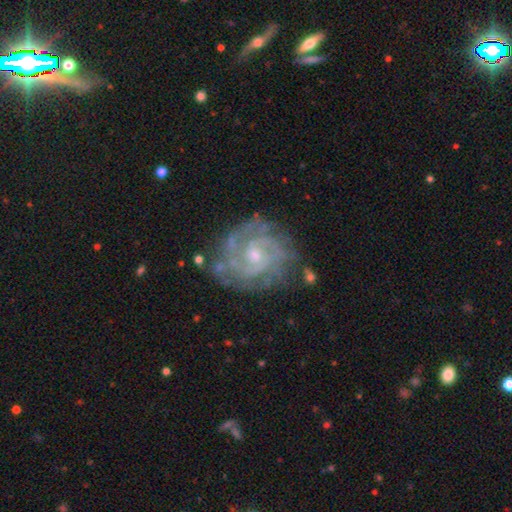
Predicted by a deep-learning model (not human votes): featured or disk 86%, smooth 8%, star or artifact 6%. Down the decision tree: edge-on disk — no (98%); bar — no (62%); spiral arms — yes (94%); spiral arm count — 2 (33%); spiral winding — tight (62%); bulge size — small (63%); merging — none (70%).